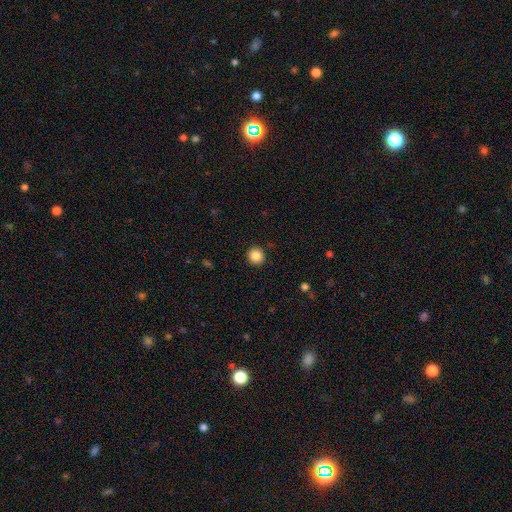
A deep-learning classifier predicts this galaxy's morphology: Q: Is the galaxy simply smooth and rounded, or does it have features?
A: smooth — 86%.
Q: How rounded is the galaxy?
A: round — 92%.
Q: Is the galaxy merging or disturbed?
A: none — 92%.